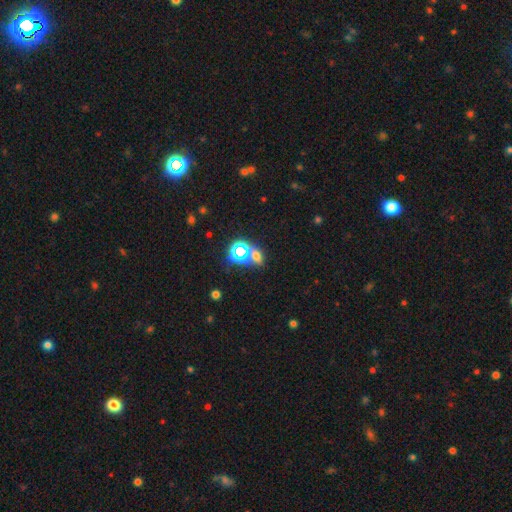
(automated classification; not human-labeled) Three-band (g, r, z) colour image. It shows a star or artifact, not a galaxy (47%).